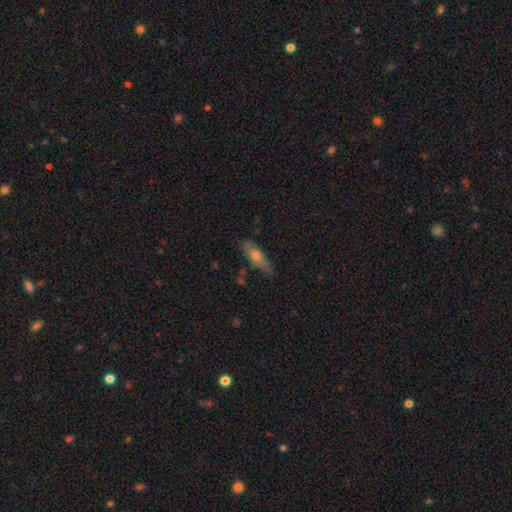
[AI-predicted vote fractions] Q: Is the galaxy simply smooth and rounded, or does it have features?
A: smooth — 56%.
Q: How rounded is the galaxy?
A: cigar-shaped — 48%, tied with in between.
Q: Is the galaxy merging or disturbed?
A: none — 74%.